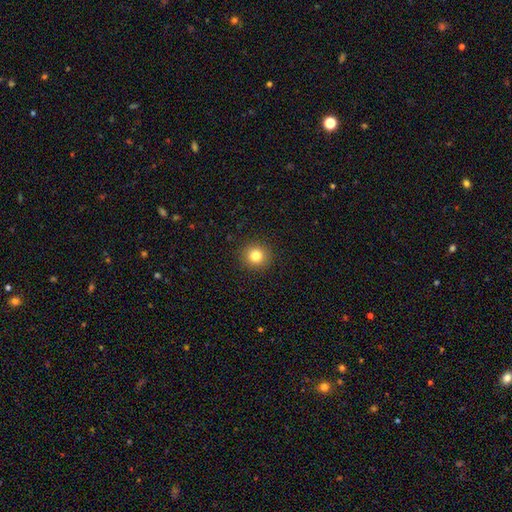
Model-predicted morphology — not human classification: This appears to be a smooth galaxy with no disk features (81%) that is round (93%). Merging: none (92%).